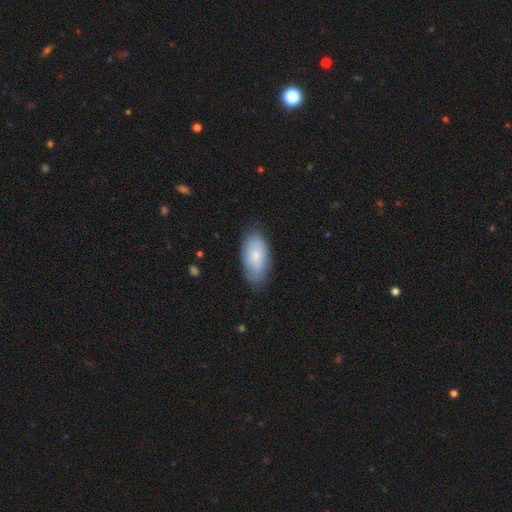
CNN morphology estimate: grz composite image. It shows a smooth galaxy with no disk features (72%) that is in between round and cigar-shaped (93%). Merging: none (76%).